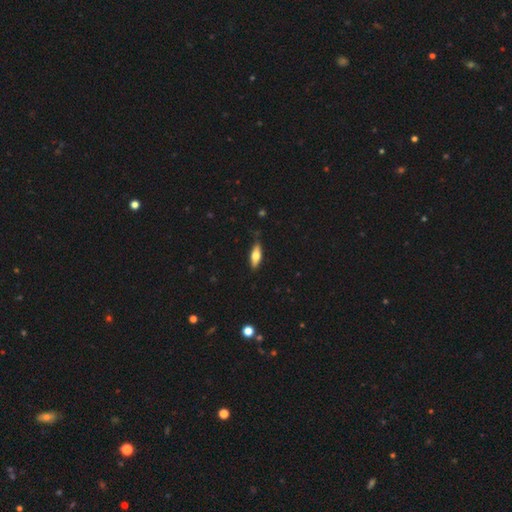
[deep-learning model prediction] The model was most divided on "how rounded": in between: 60%, cigar-shaped: 38%, round: 3%. More confident: merging — none (83%); smooth or featured — smooth (61%).